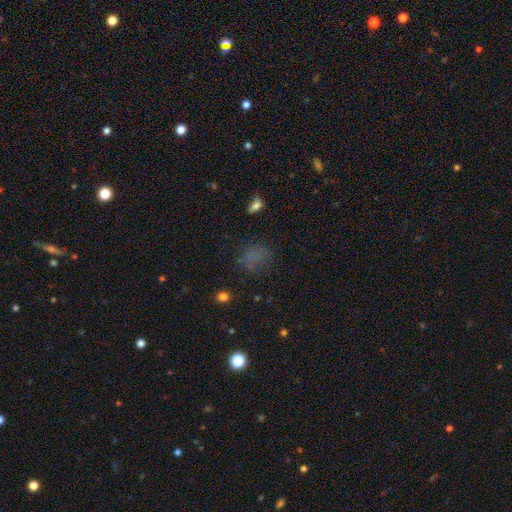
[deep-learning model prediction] The model was most divided on "how rounded": in between: 52%, round: 46%, cigar-shaped: 2%. More confident: smooth or featured — smooth (63%); merging — none (61%).